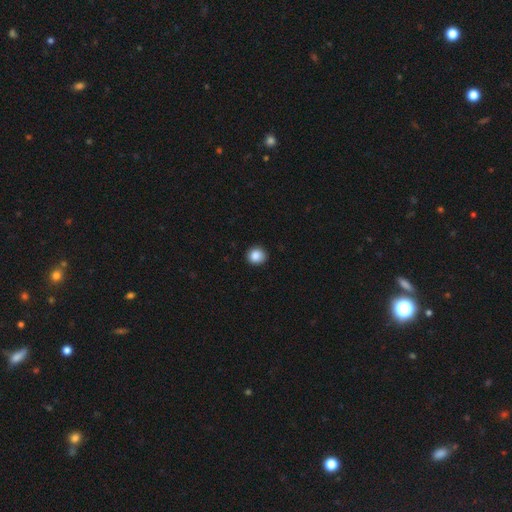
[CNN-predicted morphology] Smooth or featured? Predicted: smooth (p=0.88). How rounded? Predicted: round (p=0.84). Merging? Predicted: none (p=0.88).